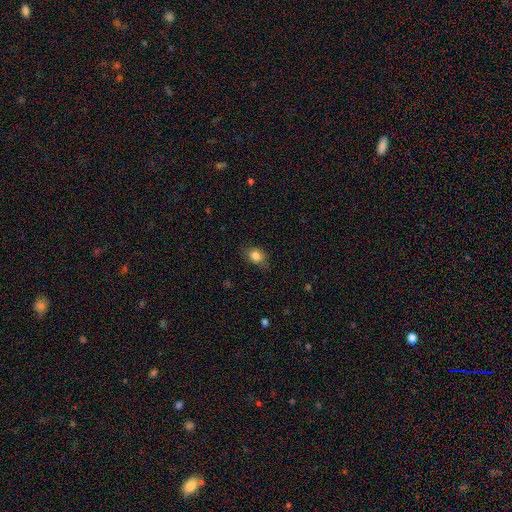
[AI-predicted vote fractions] smooth 84%, star or artifact 9%, featured or disk 7%. Down the decision tree: how rounded — in between (62%); merging — none (73%).